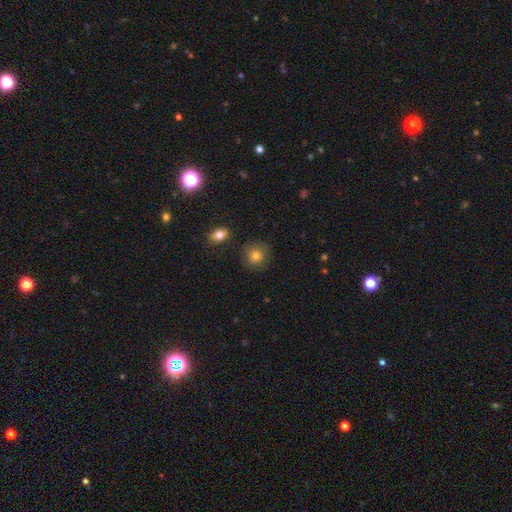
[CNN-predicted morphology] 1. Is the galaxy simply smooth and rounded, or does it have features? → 79% smooth, 11% star or artifact, 10% featured or disk.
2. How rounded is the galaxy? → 89% round, 10% in between, 1% cigar-shaped.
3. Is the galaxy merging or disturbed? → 84% none, 10% minor disturbance, 3% major disturbance, 2% merger.